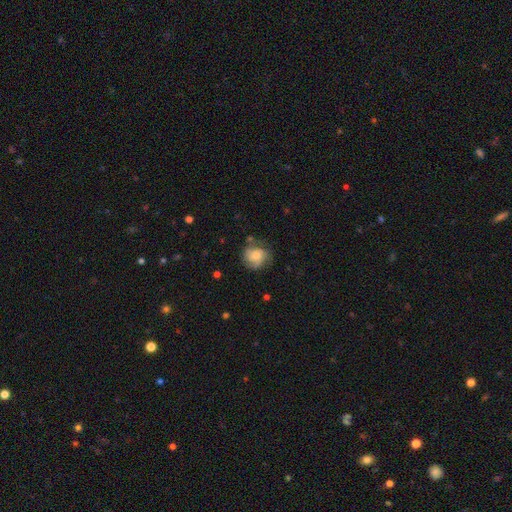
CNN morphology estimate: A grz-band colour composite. It shows a featured or disk galaxy (50%). Merging: none (64%).